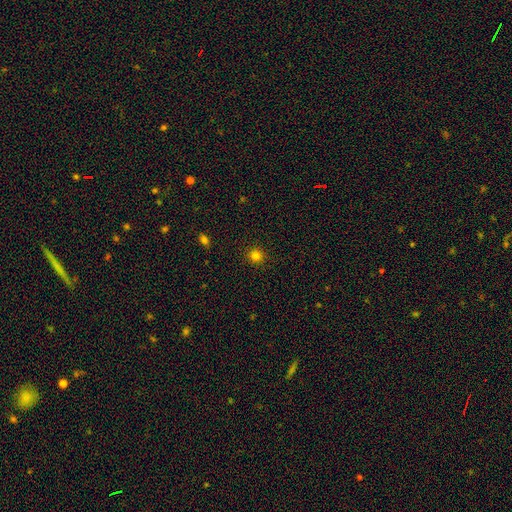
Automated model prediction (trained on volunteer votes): Morphology: type=smooth (80%); roundness=round (93%); merging=none (92%).